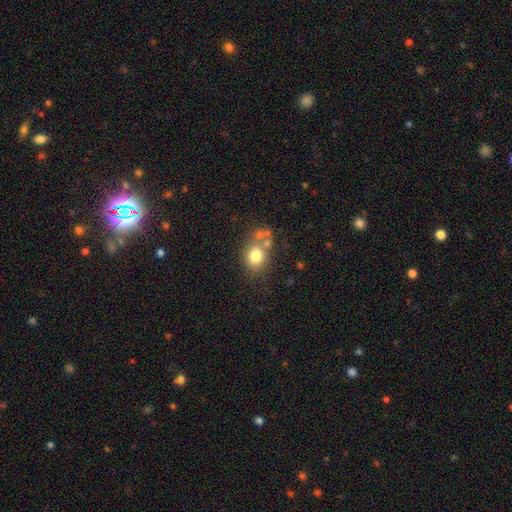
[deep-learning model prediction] A smooth galaxy with no disk features (74%) that is round (57%).

Vote fractions:
- Smooth or featured? smooth: 74% / featured or disk: 15% / star or artifact: 11%
- How rounded? round: 57% / in between: 42% / cigar-shaped: 1%
- Merging? none: 51% / merger: 25% / minor disturbance: 16% / major disturbance: 8%